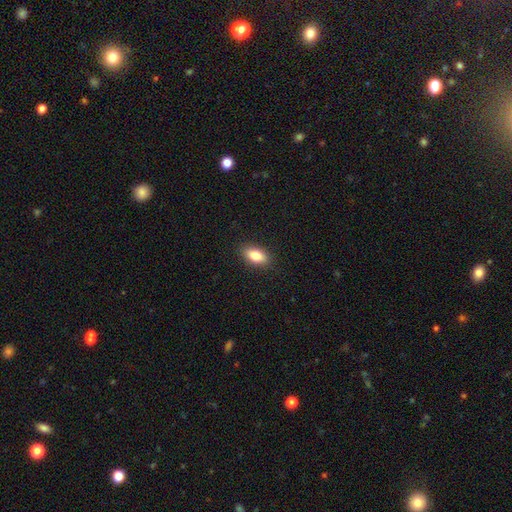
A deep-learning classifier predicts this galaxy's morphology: This appears to be a smooth galaxy with no disk features (83%) that is in between round and cigar-shaped (89%). Merging: none (89%).